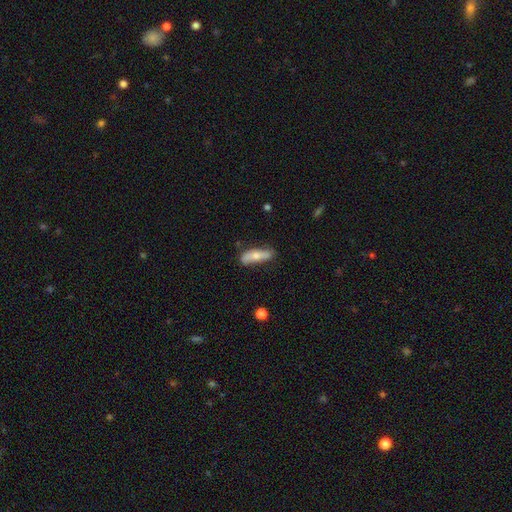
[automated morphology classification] Smooth or featured? smooth (60%)
How rounded? cigar-shaped (56%)
Merging? none (71%)